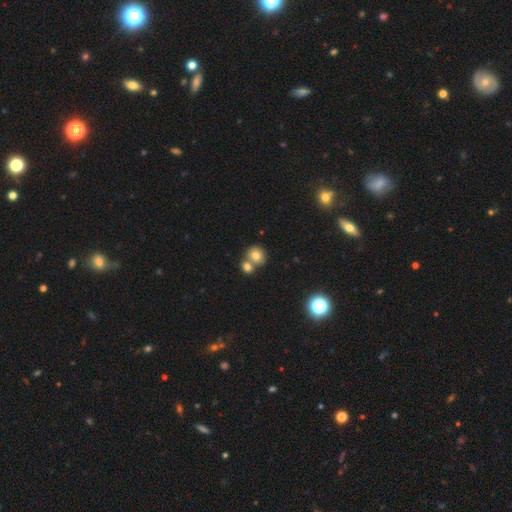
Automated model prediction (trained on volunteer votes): Q: Smooth or featured?
A: smooth (76%); runner-up: featured or disk (12%)
Q: How rounded?
A: round (80%); runner-up: in between (19%)
Q: Merging?
A: none (46%); runner-up: merger (44%)